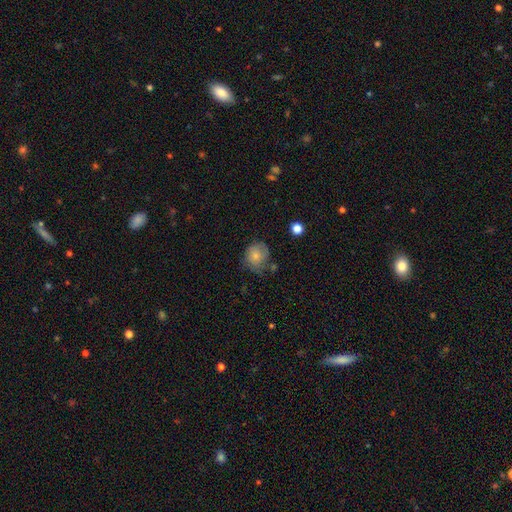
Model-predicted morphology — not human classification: Smooth or featured? Predicted: smooth (p=0.64). How rounded? Predicted: round (p=0.72). Merging? Predicted: none (p=0.56).